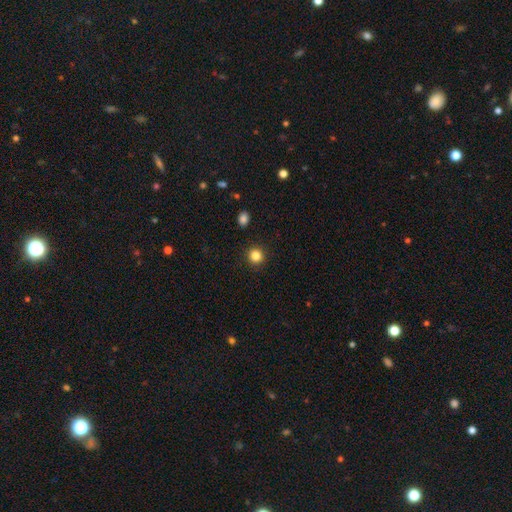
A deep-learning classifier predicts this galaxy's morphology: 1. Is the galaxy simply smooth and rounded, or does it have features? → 84% smooth, 12% star or artifact, 4% featured or disk.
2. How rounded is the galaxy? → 92% round, 7% in between, 1% cigar-shaped.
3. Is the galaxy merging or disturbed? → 92% none, 5% minor disturbance, 2% major disturbance, 1% merger.